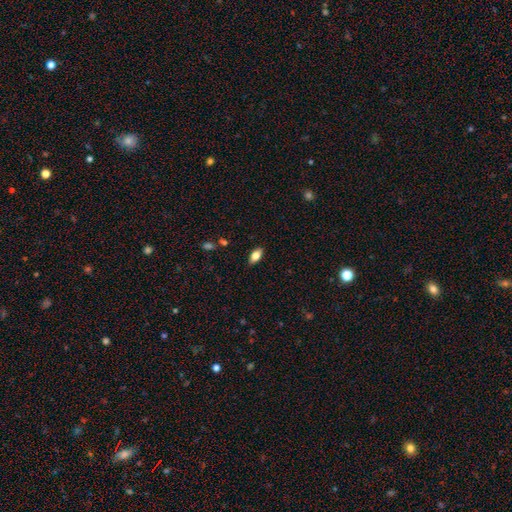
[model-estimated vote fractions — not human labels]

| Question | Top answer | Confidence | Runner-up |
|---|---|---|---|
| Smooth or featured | smooth | 80% | featured or disk (12%) |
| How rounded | in between | 89% | cigar-shaped (7%) |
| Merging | none | 87% | minor disturbance (9%) |